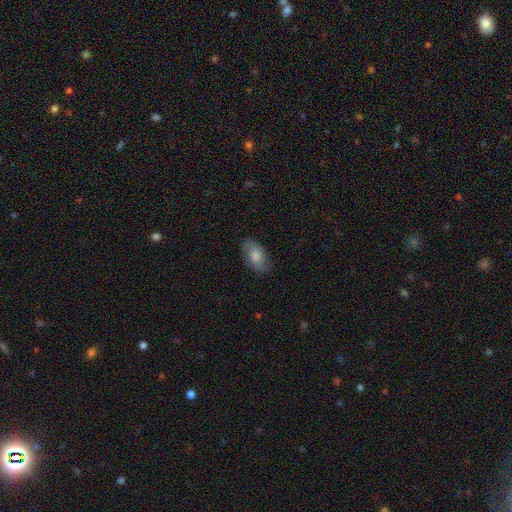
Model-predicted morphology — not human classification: type=smooth (64%); roundness=in between (92%); merging=none (79%).